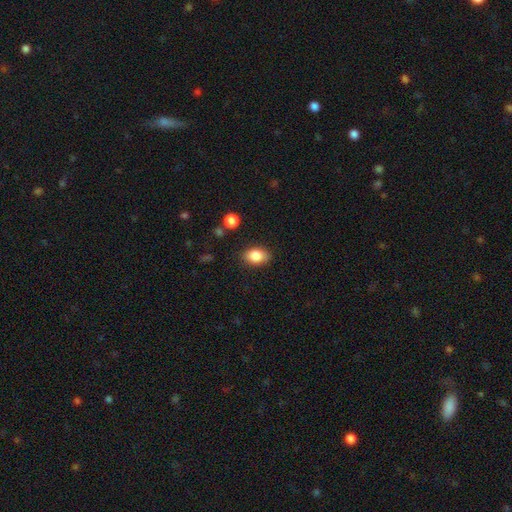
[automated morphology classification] type=smooth (85%); roundness=in between (82%); merging=none (82%).